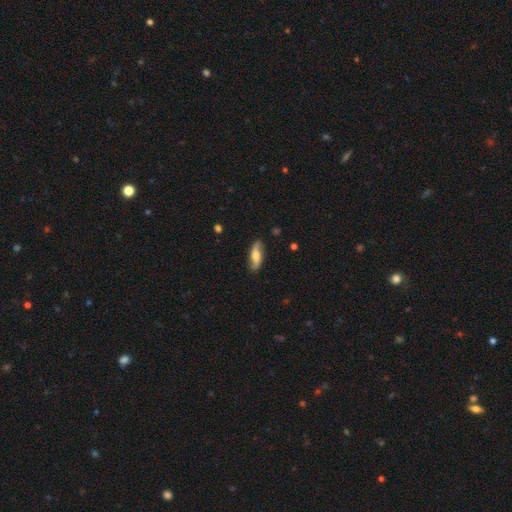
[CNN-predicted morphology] The model was most divided on "smooth or featured": smooth: 49%, featured or disk: 45%, star or artifact: 7%. More confident: merging — none (81%).